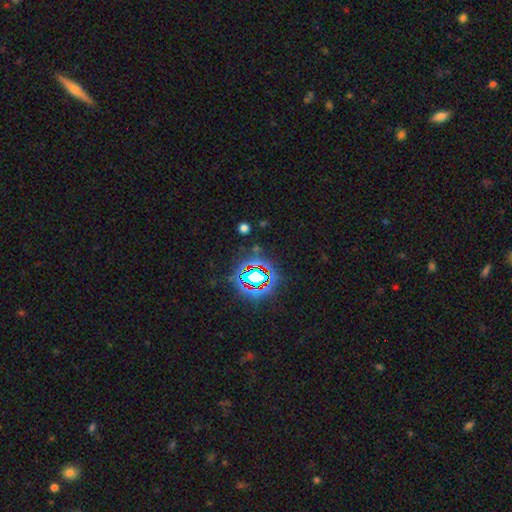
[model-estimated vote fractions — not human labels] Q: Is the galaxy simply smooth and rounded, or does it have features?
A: star or artifact — 78%.